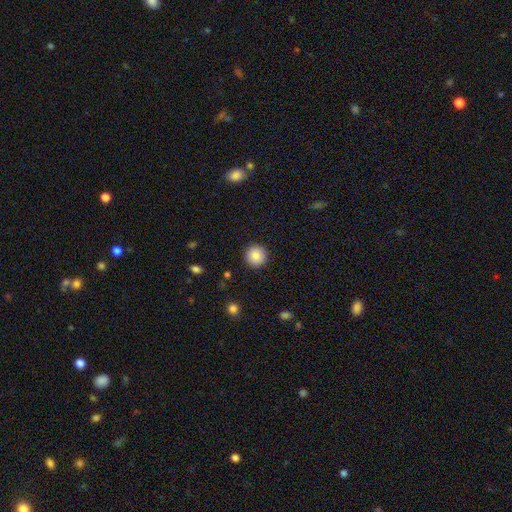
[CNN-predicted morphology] This appears to be a smooth galaxy with no disk features (87%) that is round (95%). Merging: none (92%).